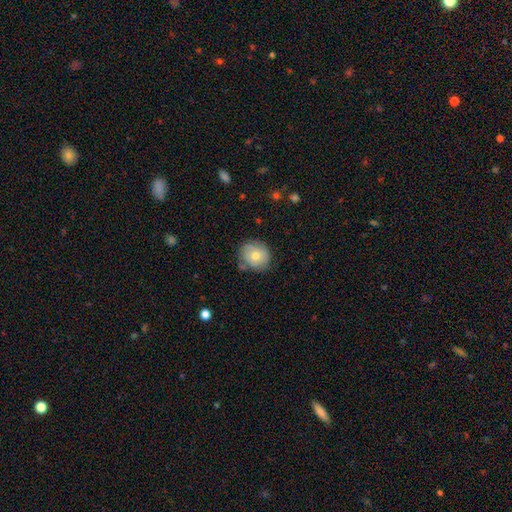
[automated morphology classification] type=smooth (71%); roundness=round (85%); merging=none (76%).